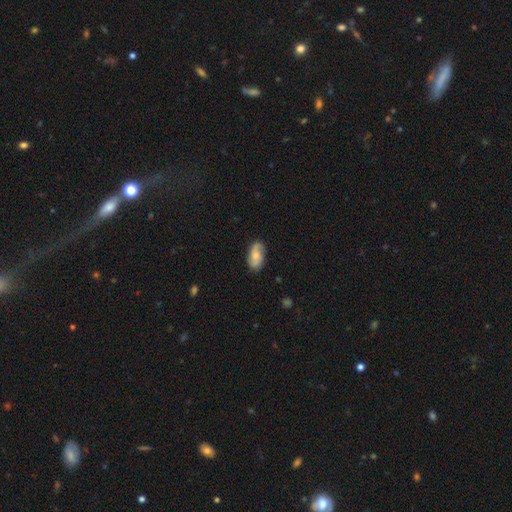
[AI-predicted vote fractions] Smooth or featured? Predicted: smooth (p=0.48). Merging? Predicted: none (p=0.76).